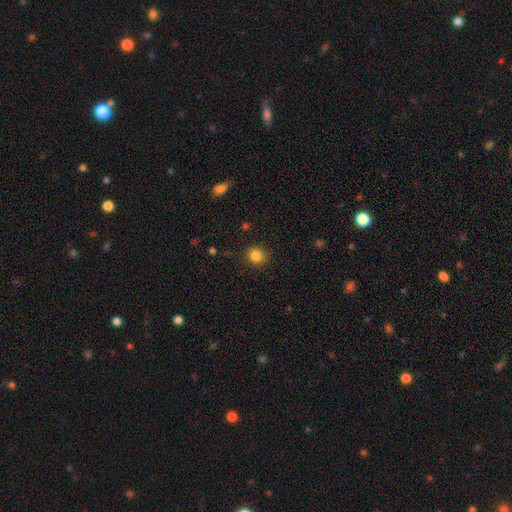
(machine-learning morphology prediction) smooth 84%, star or artifact 11%, featured or disk 5%. Down the decision tree: how rounded — round (80%); merging — none (87%).